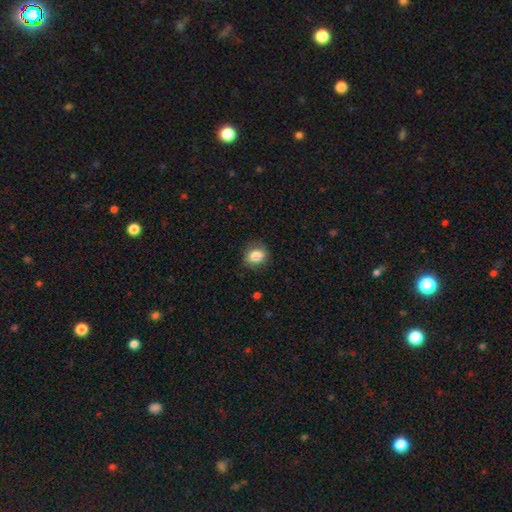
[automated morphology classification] smooth 82%, featured or disk 9%, star or artifact 9%. Down the decision tree: how rounded — round (55%); merging — none (83%).